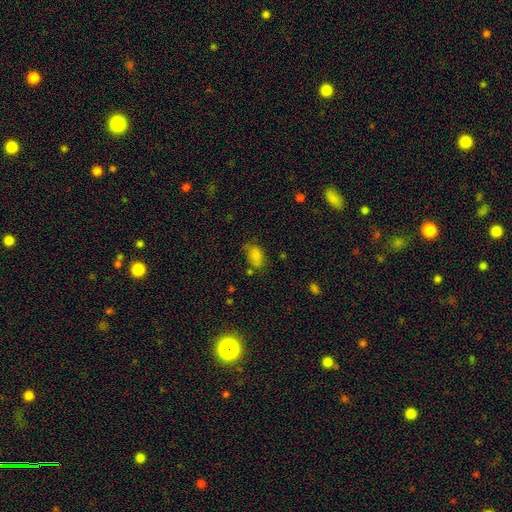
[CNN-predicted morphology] Smooth or featured?
  - smooth: 81% *
  - star or artifact: 12%
  - featured or disk: 7%
How rounded?
  - in between: 87% *
  - round: 12%
  - cigar-shaped: 2%
Merging?
  - none: 57% *
  - minor disturbance: 27%
  - major disturbance: 10%
  - merger: 7%